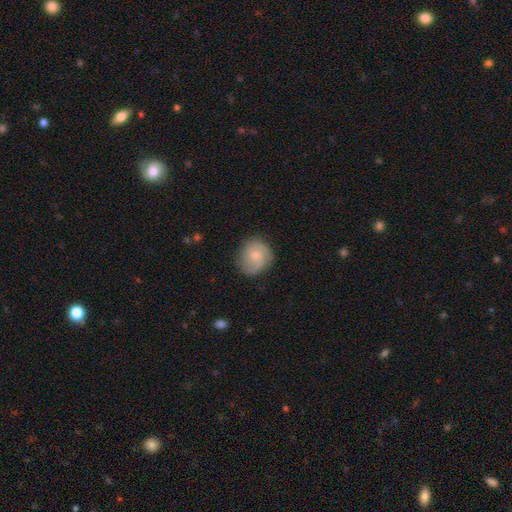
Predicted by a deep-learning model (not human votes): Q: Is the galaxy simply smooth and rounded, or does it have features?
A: featured or disk — 48%.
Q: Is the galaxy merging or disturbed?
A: none — 76%.